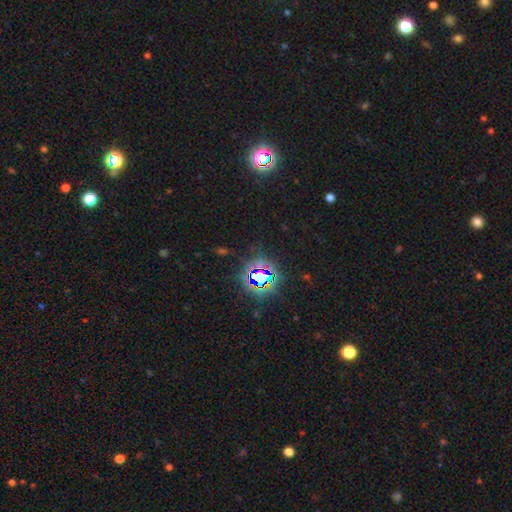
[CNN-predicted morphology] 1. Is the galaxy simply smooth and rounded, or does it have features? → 80% star or artifact, 12% smooth, 8% featured or disk.